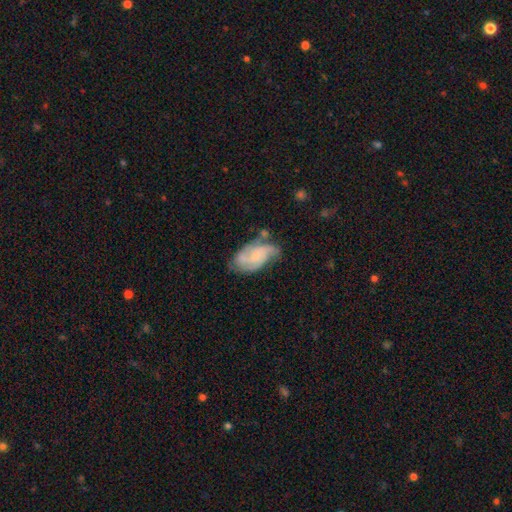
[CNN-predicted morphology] smooth-or-featured: featured or disk: 74% | smooth: 19% | star or artifact: 6%
  disk-edge-on: no: 97% | yes: 3%
    bar: no: 65% | weak: 30% | strong: 5%
    has-spiral-arms: yes: 93% | no: 7%
      spiral-winding: medium: 46% | tight: 34% | loose: 19%
      spiral-arm-count: 3: 39% | 2: 32% | can't tell: 15% | 4: 7% | 1: 4% | more than 4: 3%
    bulge-size: small: 62% | moderate: 24% | none: 12% | large: 2% | dominant: 1%
  merging: none: 53% | minor disturbance: 29% | major disturbance: 12% | merger: 6%